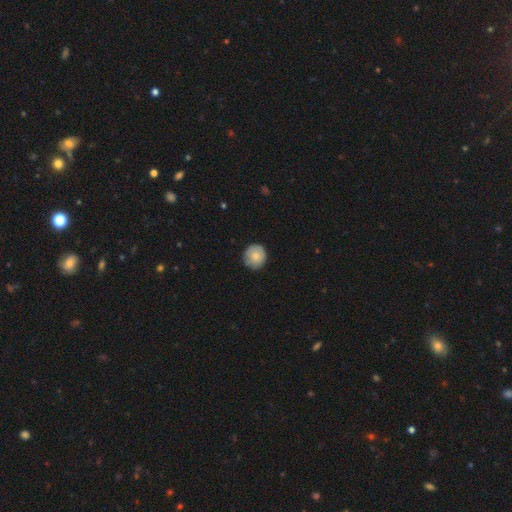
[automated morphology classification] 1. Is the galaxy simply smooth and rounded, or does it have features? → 77% smooth, 16% featured or disk, 7% star or artifact.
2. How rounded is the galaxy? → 93% round, 6% in between, 1% cigar-shaped.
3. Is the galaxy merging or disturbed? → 81% none, 15% minor disturbance, 2% major disturbance, 1% merger.